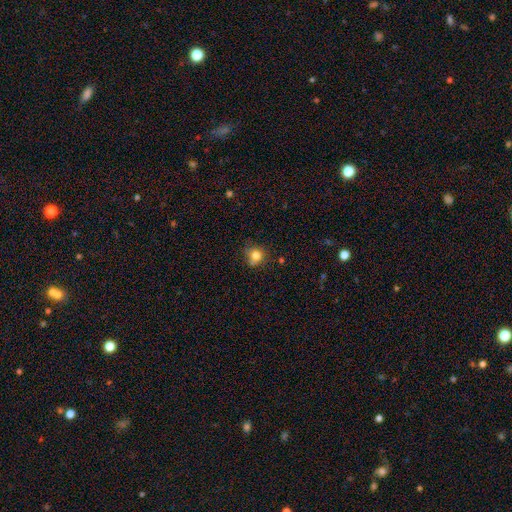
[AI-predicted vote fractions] Q: Smooth or featured?
A: smooth (79%); runner-up: star or artifact (13%)
Q: How rounded?
A: round (84%); runner-up: in between (15%)
Q: Merging?
A: none (64%); runner-up: minor disturbance (19%)